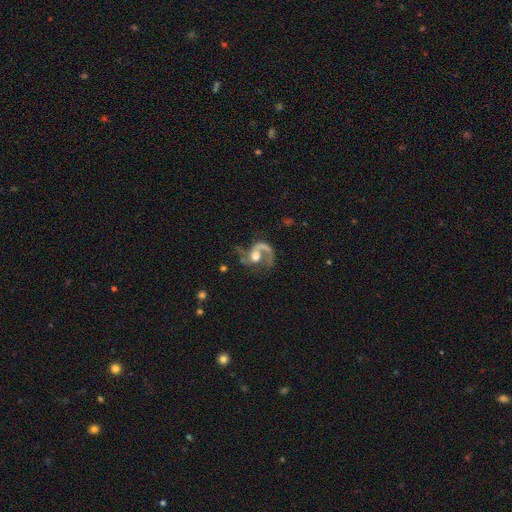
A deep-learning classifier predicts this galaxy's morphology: smooth_or_featured: featured or disk (p=0.80) [alt: smooth p=0.13]
disk_edge_on: no (p=0.97) [alt: yes p=0.03]
bar: no (p=0.67) [alt: weak p=0.25]
has_spiral_arms: yes (p=0.90) [alt: no p=0.10]
spiral_winding: loose (p=0.52) [alt: medium p=0.39]
spiral_arm_count: 2 (p=0.55) [alt: 1 p=0.35]
bulge_size: moderate (p=0.53) [alt: large p=0.30]
merging: none (p=0.41) [alt: major disturbance p=0.37]